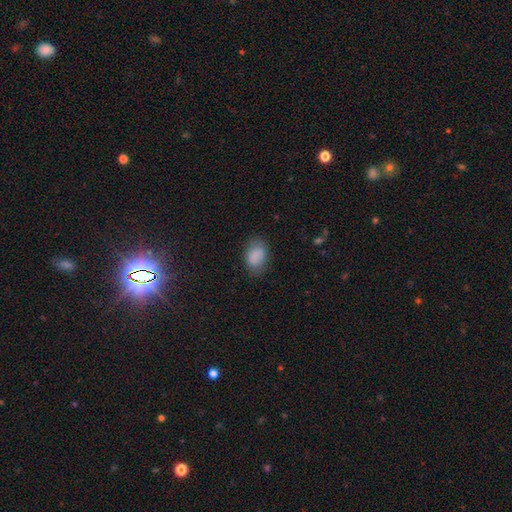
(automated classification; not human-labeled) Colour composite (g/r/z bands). It shows a smooth galaxy with no disk features (85%) that is in between round and cigar-shaped (82%). Merging: none (76%).